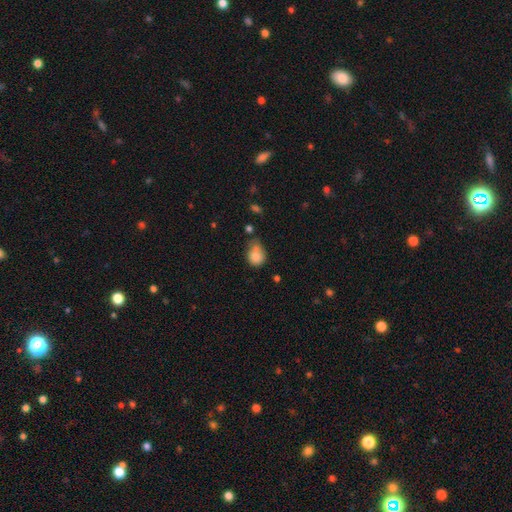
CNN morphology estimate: Smooth or featured? Predicted: smooth (p=0.81). How rounded? Predicted: in between (p=0.51). Merging? Predicted: minor disturbance (p=0.36).